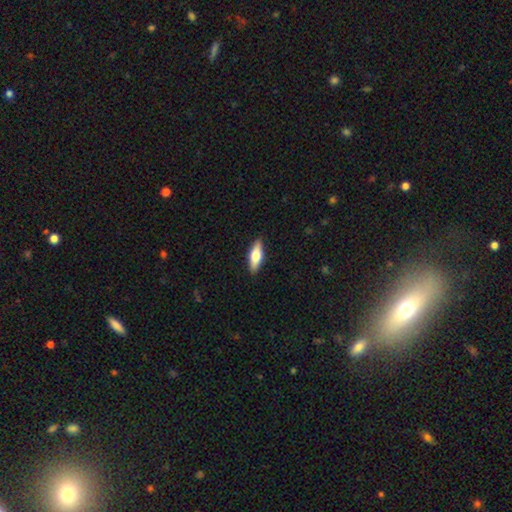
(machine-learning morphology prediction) This is likely a smooth galaxy (61%). How rounded: possibly in between (56%). Merging: clearly none (89%).